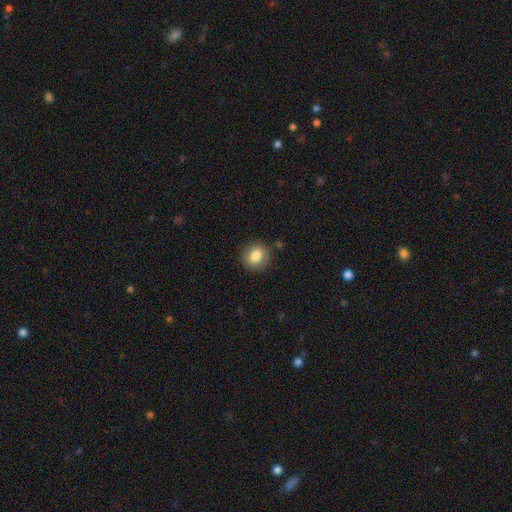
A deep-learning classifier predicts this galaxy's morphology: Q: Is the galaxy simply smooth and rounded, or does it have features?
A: smooth — 83%.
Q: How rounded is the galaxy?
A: round — 81%.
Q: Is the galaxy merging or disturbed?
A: none — 85%.